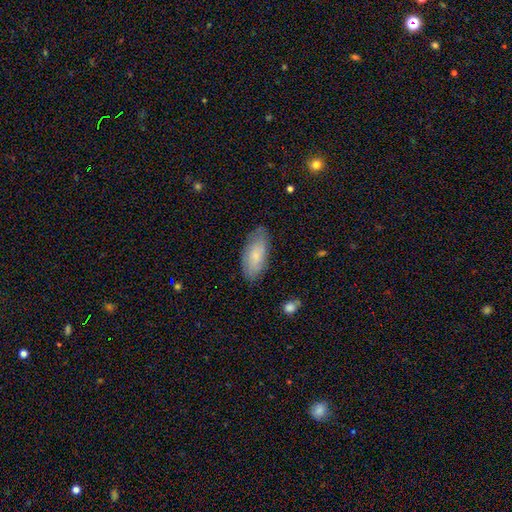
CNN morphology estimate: A smooth galaxy with no disk features (69%) that is in between round and cigar-shaped (85%).

Vote fractions:
- Smooth or featured? smooth: 69% / featured or disk: 24% / star or artifact: 6%
- How rounded? in between: 85% / cigar-shaped: 13% / round: 2%
- Merging? none: 78% / minor disturbance: 17% / major disturbance: 3% / merger: 1%